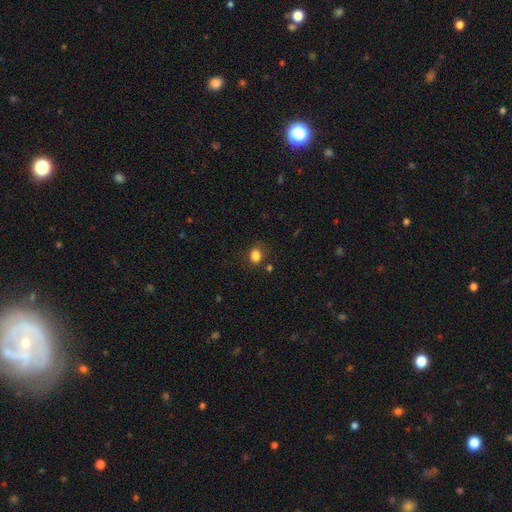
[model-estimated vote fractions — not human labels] Overall: smooth (83%). How rounded: round (52%; in between 47%). Merging: none (75%).